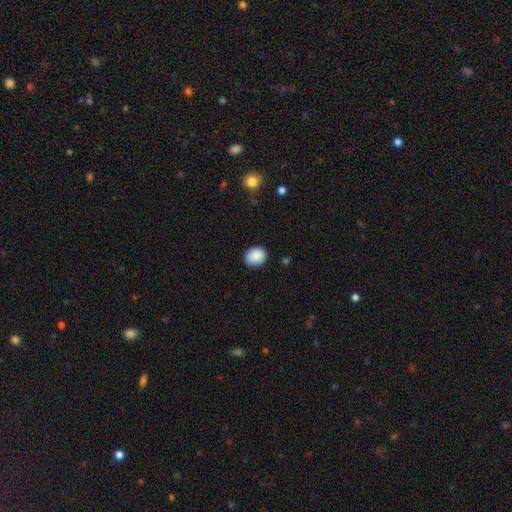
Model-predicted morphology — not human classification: A smooth galaxy with no disk features (89%) that is round (56%).

Vote fractions:
- Smooth or featured? smooth: 89% / star or artifact: 8% / featured or disk: 4%
- How rounded? round: 56% / in between: 43% / cigar-shaped: 1%
- Merging? none: 87% / minor disturbance: 10% / major disturbance: 2% / merger: 1%